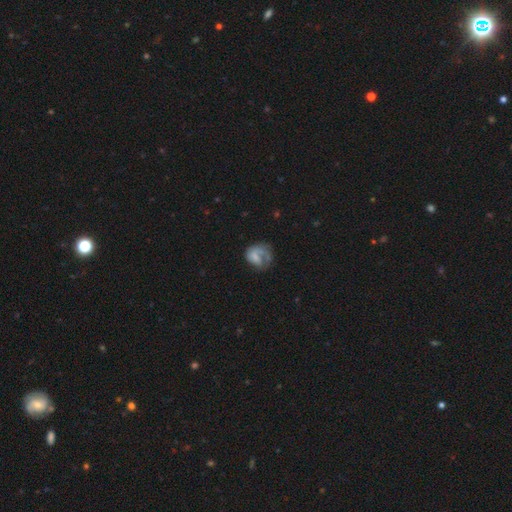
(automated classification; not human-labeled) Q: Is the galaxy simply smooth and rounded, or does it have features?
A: featured or disk — 49%.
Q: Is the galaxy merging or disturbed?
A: major disturbance — 39%.